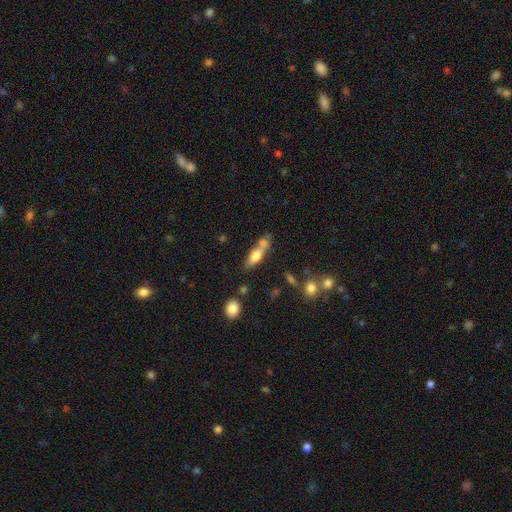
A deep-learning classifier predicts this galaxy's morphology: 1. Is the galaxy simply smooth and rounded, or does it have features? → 60% smooth, 31% featured or disk, 8% star or artifact.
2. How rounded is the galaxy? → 50% cigar-shaped, 46% in between, 4% round.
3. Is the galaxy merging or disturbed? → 41% none, 37% merger, 15% minor disturbance, 7% major disturbance.